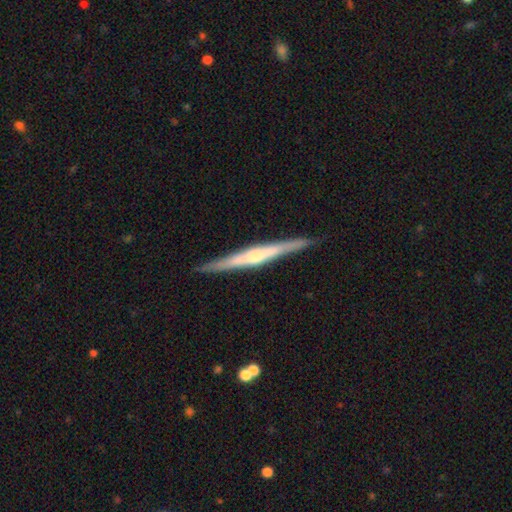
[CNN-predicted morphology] A featured or disk galaxy (80%) viewed edge-on (98%) with a rounded central bulge (69%).

Vote fractions:
- Smooth or featured? featured or disk: 80% / smooth: 15% / star or artifact: 5%
- Edge-on disk? yes: 98% / no: 2%
- Edge-on bulge? rounded: 69% / boxy: 16% / none: 15%
- Merging? none: 91% / minor disturbance: 6% / major disturbance: 1% / merger: 1%